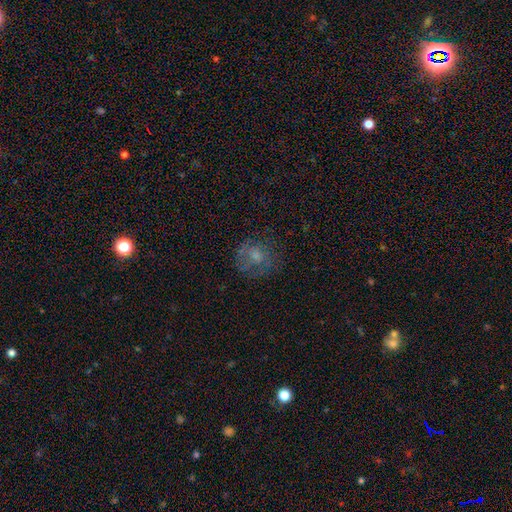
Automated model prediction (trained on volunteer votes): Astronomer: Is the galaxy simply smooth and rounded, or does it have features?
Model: smooth — 55% (runner-up: featured or disk, 31%).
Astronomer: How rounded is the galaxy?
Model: round — 75%.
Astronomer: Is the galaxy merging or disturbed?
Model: none — 60%.